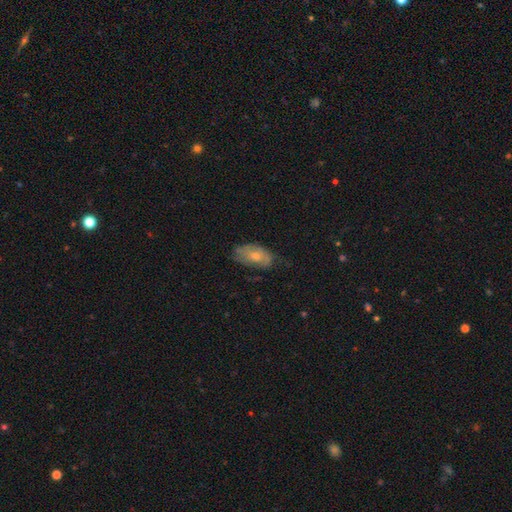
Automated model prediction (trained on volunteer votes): smooth-or-featured: smooth: 50% | featured or disk: 43% | star or artifact: 7%
  how-rounded: in between: 91% | round: 6% | cigar-shaped: 4%
  merging: none: 52% | minor disturbance: 33% | major disturbance: 13% | merger: 2%